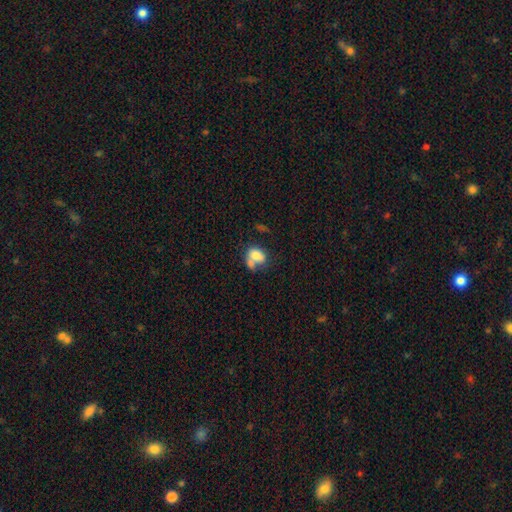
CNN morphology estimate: smooth 74%, featured or disk 17%, star or artifact 9%. Down the decision tree: how rounded — in between (69%); merging — merger (49%).